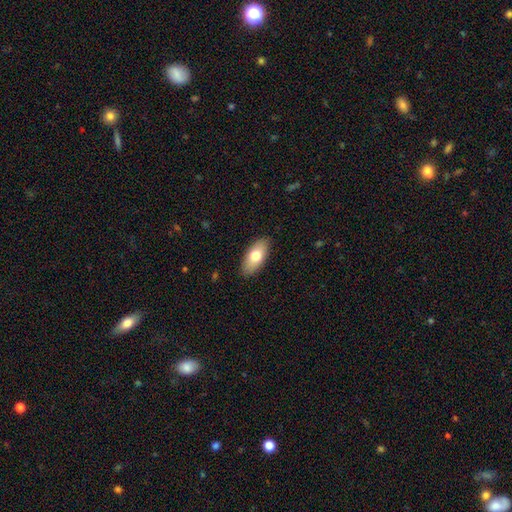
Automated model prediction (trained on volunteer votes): A smooth galaxy with no disk features (75%) that is in between round and cigar-shaped (88%). Merging: none (88%).